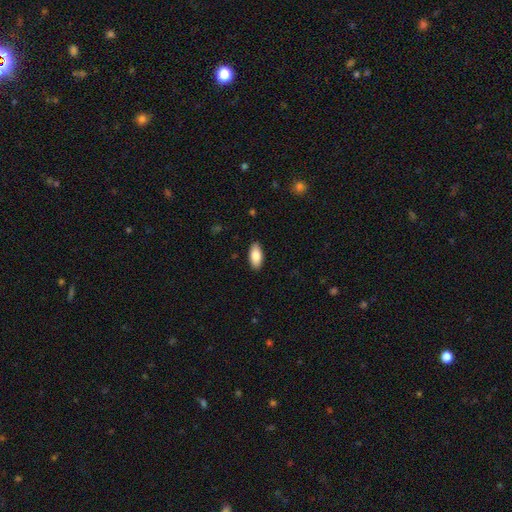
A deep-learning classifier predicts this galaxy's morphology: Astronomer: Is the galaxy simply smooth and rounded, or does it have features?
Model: smooth — 85%.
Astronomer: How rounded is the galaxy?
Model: in between — 90%.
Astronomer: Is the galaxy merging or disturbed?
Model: none — 90%.